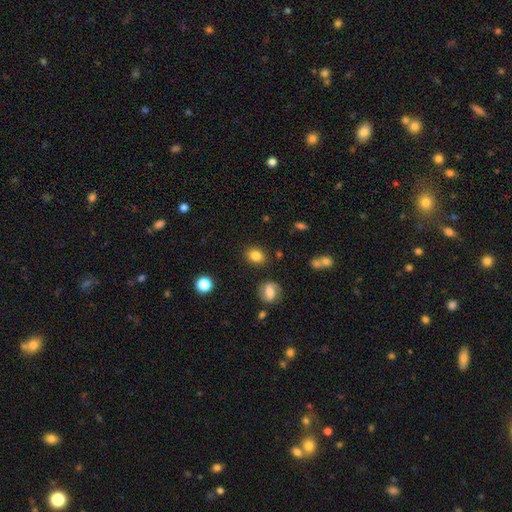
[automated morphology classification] A smooth galaxy with no disk features (83%) that is in between round and cigar-shaped (54%). Merging: none (85%).